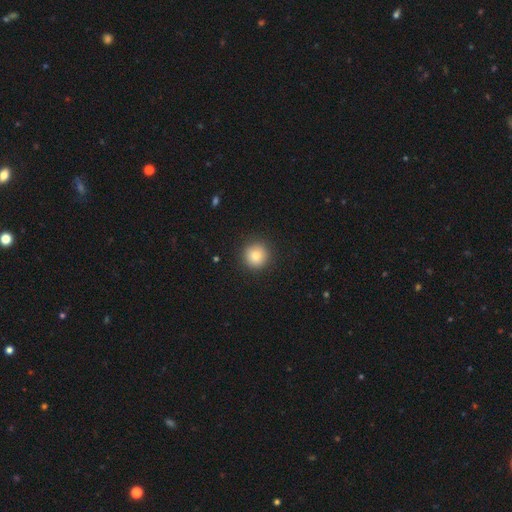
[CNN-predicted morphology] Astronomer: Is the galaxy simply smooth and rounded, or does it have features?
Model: smooth — 80%.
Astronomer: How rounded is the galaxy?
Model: round — 95%.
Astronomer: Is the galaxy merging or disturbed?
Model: none — 91%.